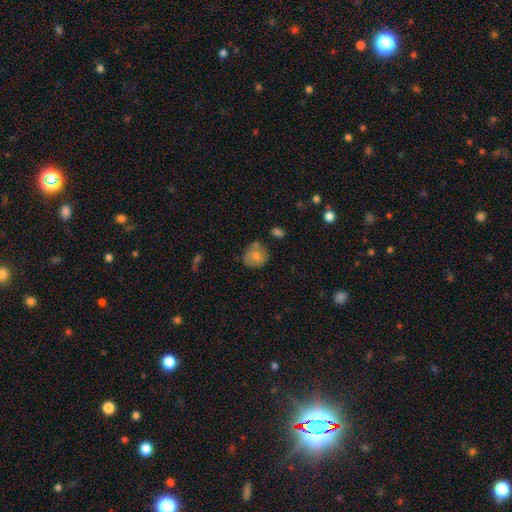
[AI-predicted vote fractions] smooth 75%, featured or disk 17%, star or artifact 8%. Down the decision tree: how rounded — round (82%); merging — none (64%).